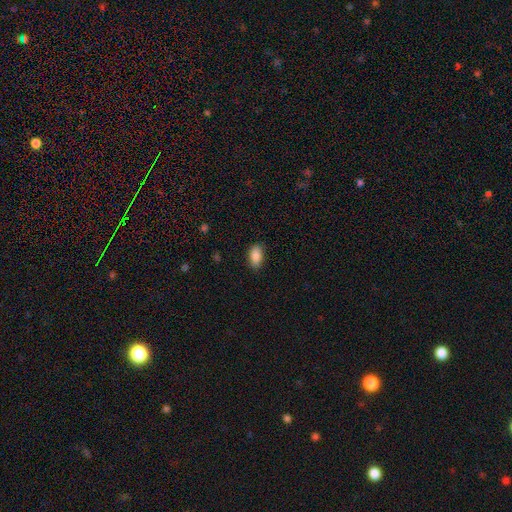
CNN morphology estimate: Smooth or featured? smooth (88%)
How rounded? in between (92%)
Merging? none (85%)